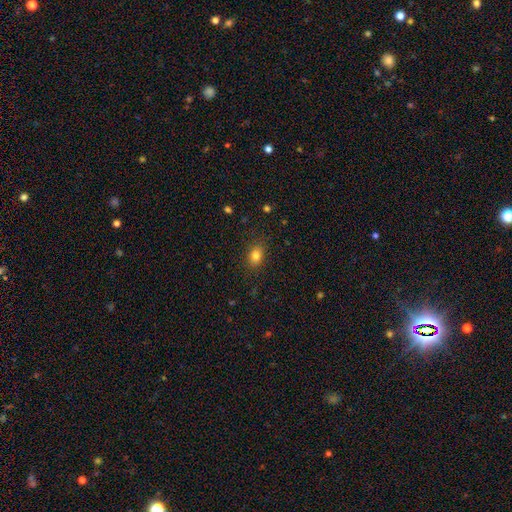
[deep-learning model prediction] This is clearly a smooth galaxy (82%). How rounded: likely in between (70%). Merging: clearly none (86%).